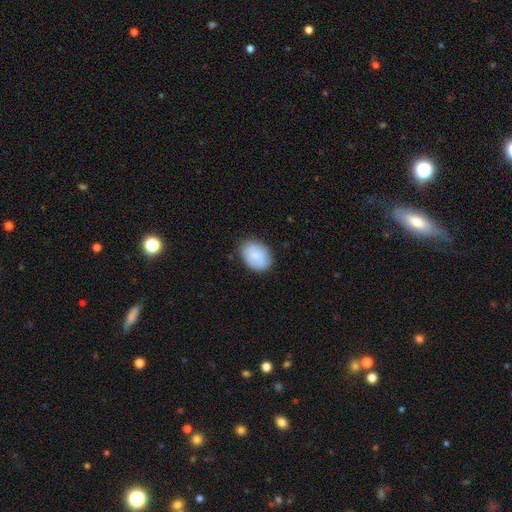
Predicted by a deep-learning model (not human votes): smooth-or-featured: smooth: 78% | featured or disk: 15% | star or artifact: 7%
  how-rounded: in between: 74% | round: 25% | cigar-shaped: 1%
  merging: none: 78% | minor disturbance: 17% | major disturbance: 4% | merger: 1%